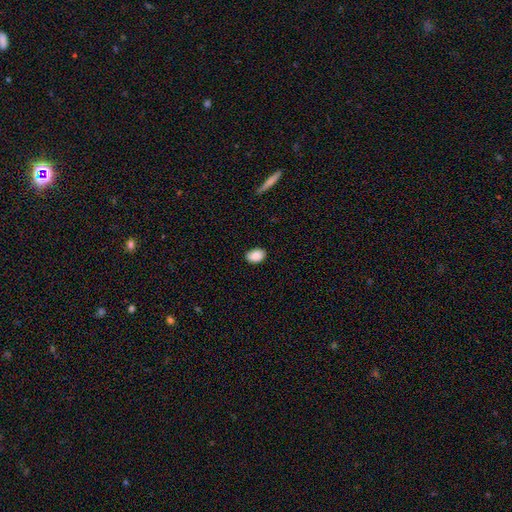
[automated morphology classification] smooth-or-featured: smooth: 89% | star or artifact: 7% | featured or disk: 4%
  how-rounded: in between: 82% | round: 17% | cigar-shaped: 1%
  merging: none: 87% | minor disturbance: 10% | major disturbance: 2% | merger: 1%